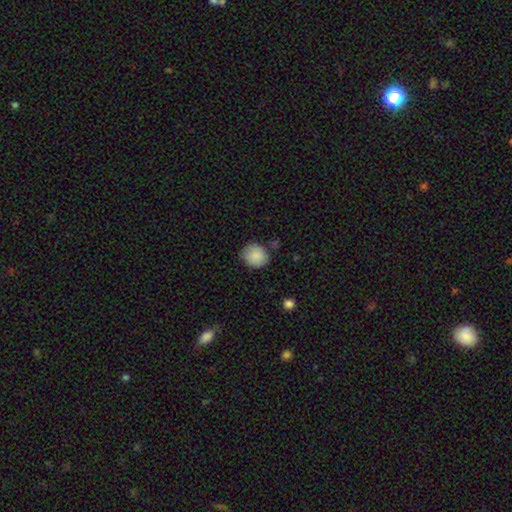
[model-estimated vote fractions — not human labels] This appears to be a smooth galaxy with no disk features (87%) that is round (76%). Merging: none (74%).